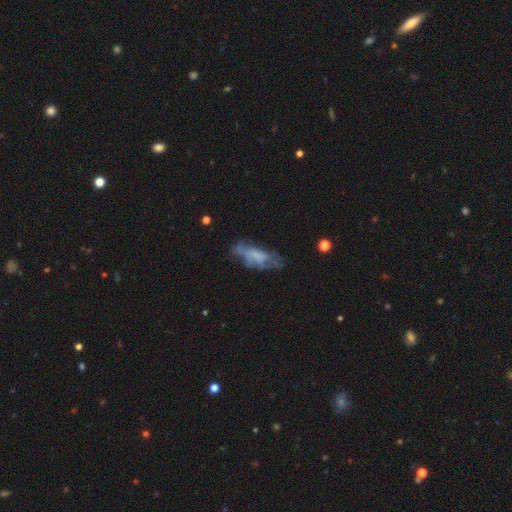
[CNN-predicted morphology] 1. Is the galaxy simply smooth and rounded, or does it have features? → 49% featured or disk, 40% smooth, 10% star or artifact.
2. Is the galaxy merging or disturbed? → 44% none, 28% minor disturbance, 23% major disturbance, 5% merger.